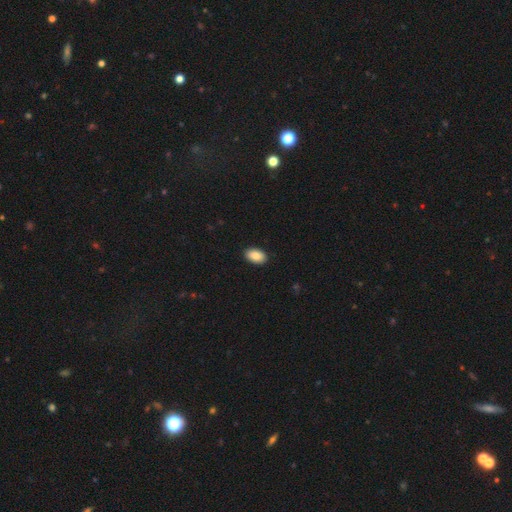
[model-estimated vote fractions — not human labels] Smooth or featured? Predicted: smooth (p=0.88). How rounded? Predicted: in between (p=0.93). Merging? Predicted: none (p=0.90).